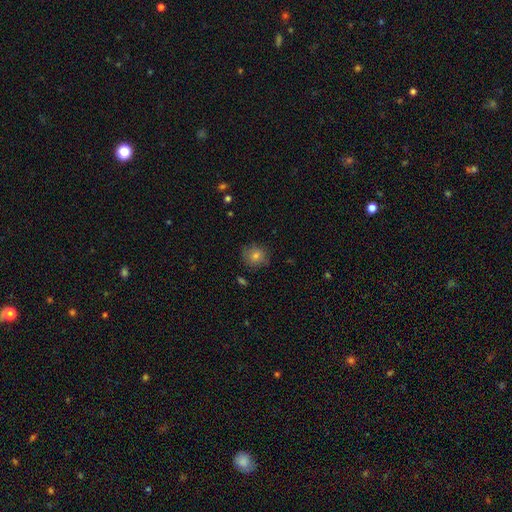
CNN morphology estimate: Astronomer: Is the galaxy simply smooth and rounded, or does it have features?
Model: smooth — 75%.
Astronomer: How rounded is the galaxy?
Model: round — 86%.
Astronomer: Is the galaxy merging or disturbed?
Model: none — 80%.